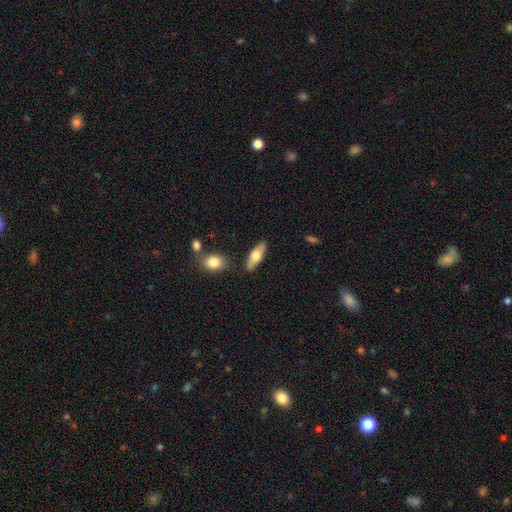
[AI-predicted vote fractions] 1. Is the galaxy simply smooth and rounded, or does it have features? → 61% smooth, 33% featured or disk, 6% star or artifact.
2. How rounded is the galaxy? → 60% in between, 37% cigar-shaped, 3% round.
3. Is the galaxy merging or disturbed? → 83% none, 10% minor disturbance, 4% merger, 2% major disturbance.